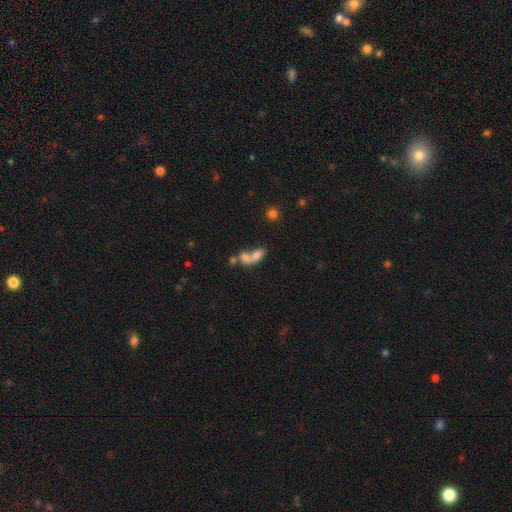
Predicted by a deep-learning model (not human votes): Smooth or featured? Predicted: smooth (p=0.67). How rounded? Predicted: in between (p=0.76). Merging? Predicted: merger (p=0.70).